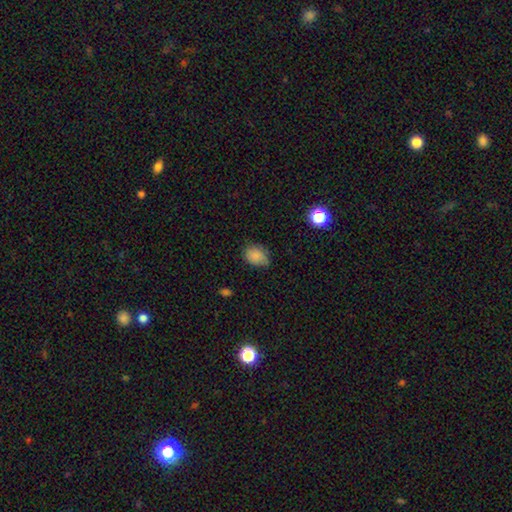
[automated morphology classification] type=smooth (84%); roundness=in between (66%); merging=none (62%).